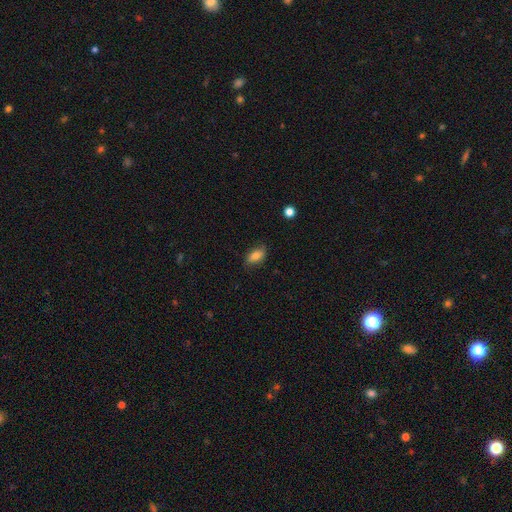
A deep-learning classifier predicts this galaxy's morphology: The model was most divided on "merging": none: 80%, minor disturbance: 16%, major disturbance: 3%, merger: 1%. More confident: how rounded — in between (90%); smooth or featured — smooth (78%).